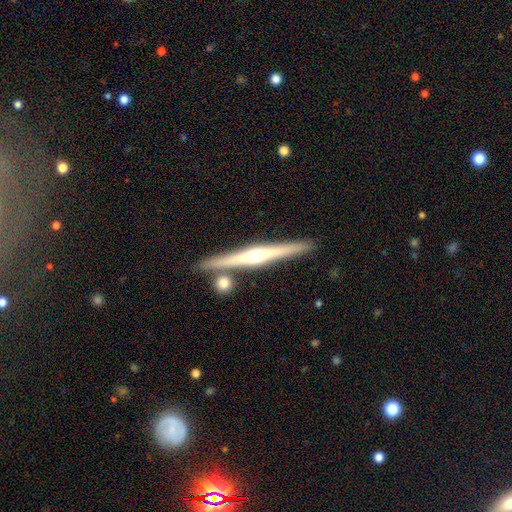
Overall: featured or disk (78%). Edge-on disk: yes (97%). Edge-on bulge: rounded (90%). Merging: none (92%).